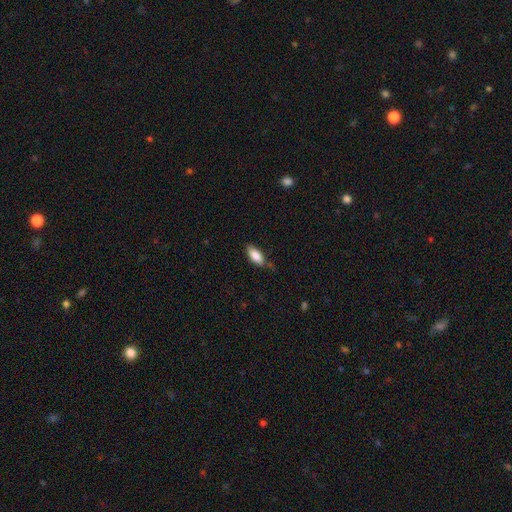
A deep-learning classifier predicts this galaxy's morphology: Smooth or featured? smooth (85%)
How rounded? in between (84%)
Merging? none (72%)